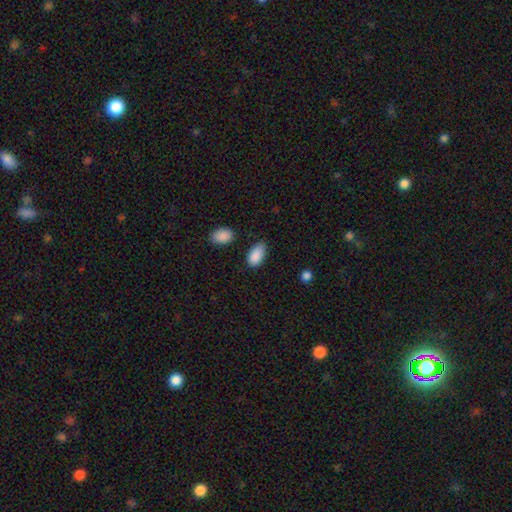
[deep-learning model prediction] Smooth or featured? smooth (89%)
How rounded? in between (94%)
Merging? none (64%)